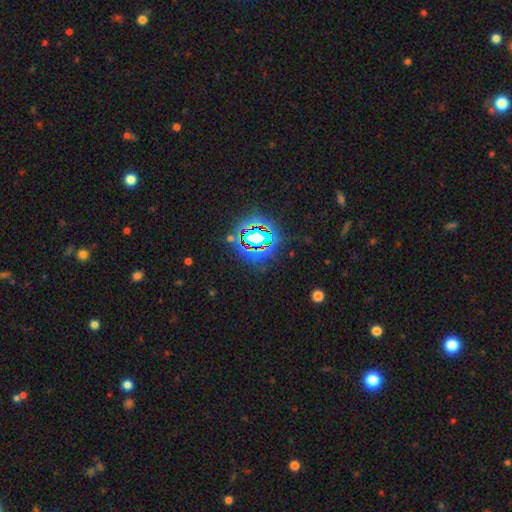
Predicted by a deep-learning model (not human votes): Overall: star or artifact (82%).